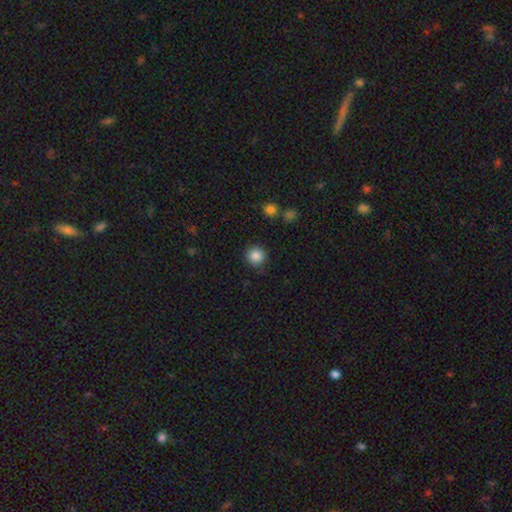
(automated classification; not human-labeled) smooth 86%, star or artifact 10%, featured or disk 4%. Down the decision tree: how rounded — round (93%); merging — none (88%).